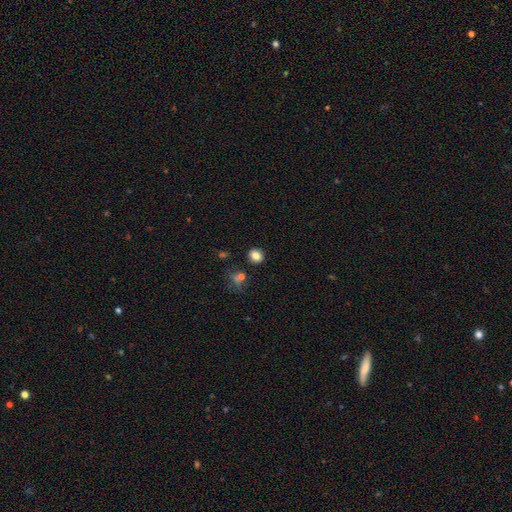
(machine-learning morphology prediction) A smooth galaxy with no disk features (82%) that is round (76%). Merging: none (86%).